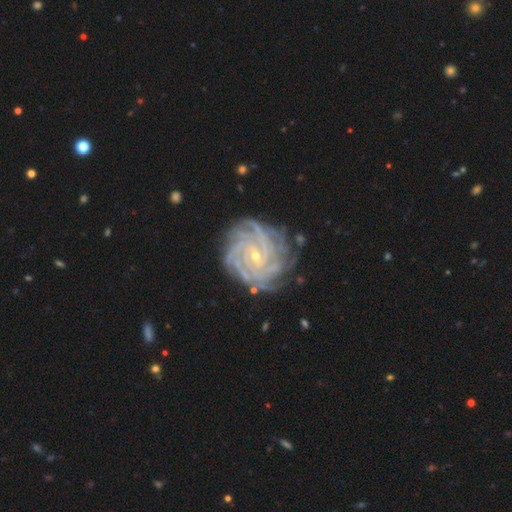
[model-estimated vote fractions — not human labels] smooth_or_featured: featured or disk (p=0.90) [alt: star or artifact p=0.06]
disk_edge_on: no (p=0.98) [alt: yes p=0.02]
bar: no (p=0.56) [alt: weak p=0.33]
has_spiral_arms: yes (p=0.98) [alt: no p=0.02]
spiral_winding: tight (p=0.82) [alt: medium p=0.16]
spiral_arm_count: more than 4 (p=0.31) [alt: 4 p=0.25]
bulge_size: small (p=0.79) [alt: moderate p=0.17]
merging: none (p=0.80) [alt: minor disturbance p=0.14]